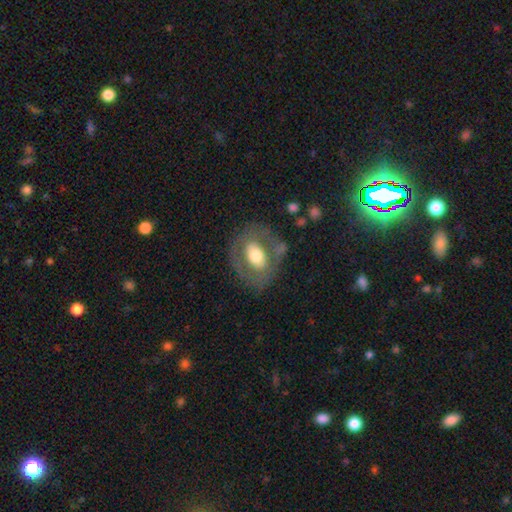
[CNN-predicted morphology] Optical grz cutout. It shows a featured or disk galaxy (50%). Merging: none (68%).